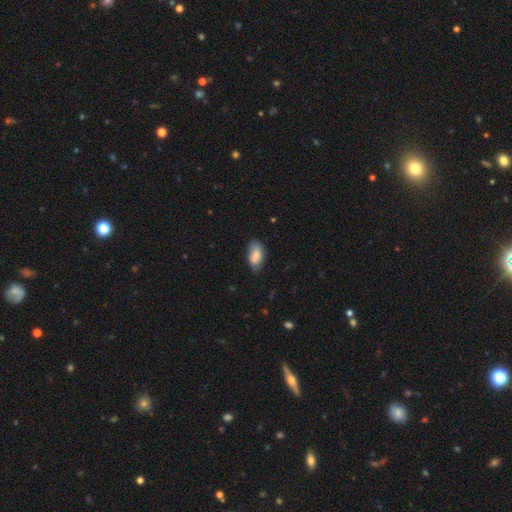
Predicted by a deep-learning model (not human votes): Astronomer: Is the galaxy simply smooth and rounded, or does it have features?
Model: smooth — 80%.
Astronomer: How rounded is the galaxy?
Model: in between — 93%.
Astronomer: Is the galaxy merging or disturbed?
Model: none — 63%.